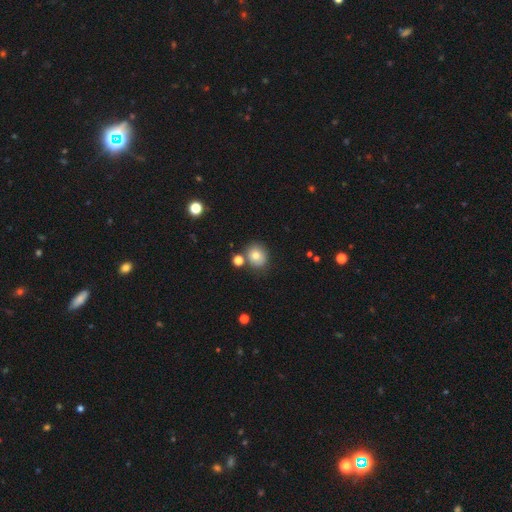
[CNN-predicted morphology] Smooth or featured?
  - smooth: 78% *
  - star or artifact: 12%
  - featured or disk: 10%
How rounded?
  - round: 77% *
  - in between: 22%
  - cigar-shaped: 1%
Merging?
  - none: 76% *
  - minor disturbance: 11%
  - merger: 10%
  - major disturbance: 3%